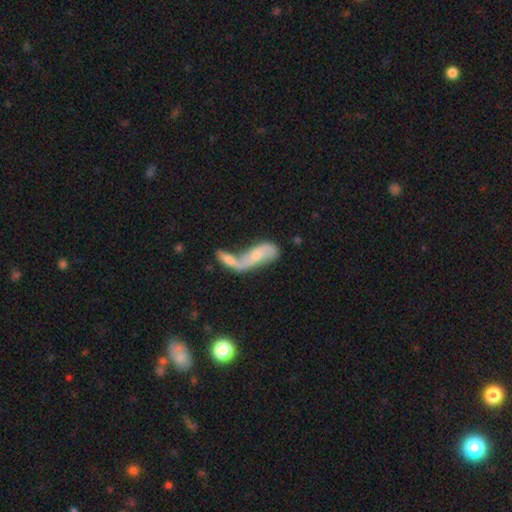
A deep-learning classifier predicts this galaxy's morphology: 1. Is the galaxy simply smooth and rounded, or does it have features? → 58% featured or disk, 35% smooth, 7% star or artifact.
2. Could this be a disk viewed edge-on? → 87% no, 13% yes.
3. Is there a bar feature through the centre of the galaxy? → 66% no, 26% weak, 7% strong.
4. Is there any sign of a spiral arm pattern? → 70% yes, 30% no.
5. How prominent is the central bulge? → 53% small, 32% moderate, 11% none, 3% large, 1% dominant.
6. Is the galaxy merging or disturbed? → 65% merger, 16% none, 10% major disturbance, 9% minor disturbance.